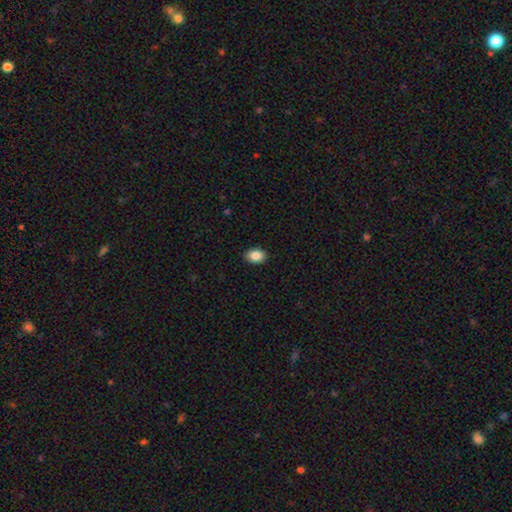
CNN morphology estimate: smooth-or-featured: smooth: 87% | star or artifact: 8% | featured or disk: 5%
  how-rounded: in between: 81% | round: 18% | cigar-shaped: 1%
  merging: none: 90% | minor disturbance: 7% | major disturbance: 2% | merger: 1%